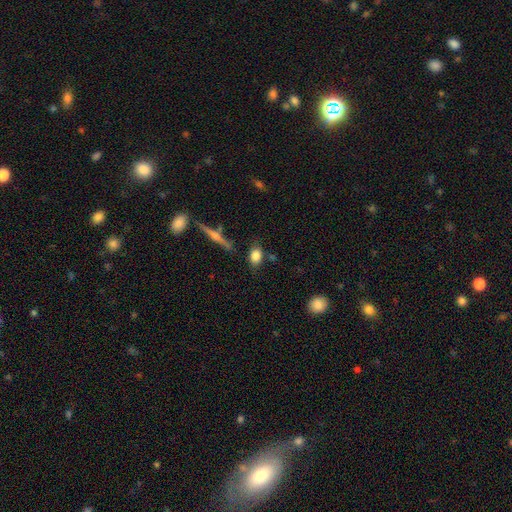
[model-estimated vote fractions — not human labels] smooth-or-featured: smooth: 81% | featured or disk: 11% | star or artifact: 8%
  how-rounded: in between: 72% | round: 23% | cigar-shaped: 5%
  merging: none: 76% | minor disturbance: 15% | merger: 5% | major disturbance: 4%